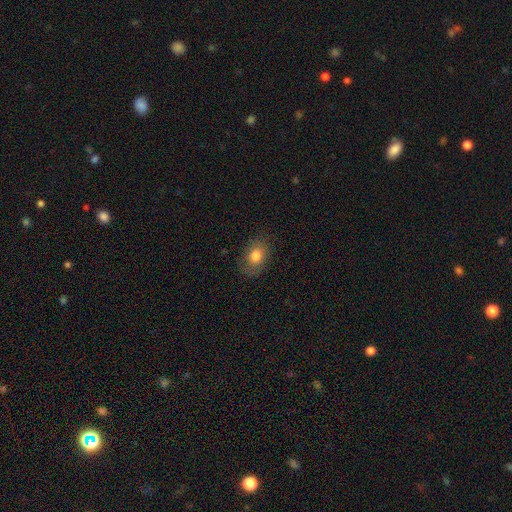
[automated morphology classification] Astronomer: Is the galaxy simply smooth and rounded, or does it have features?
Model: smooth — 79%.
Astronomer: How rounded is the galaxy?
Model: in between — 74%.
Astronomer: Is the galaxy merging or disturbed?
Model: none — 78%.